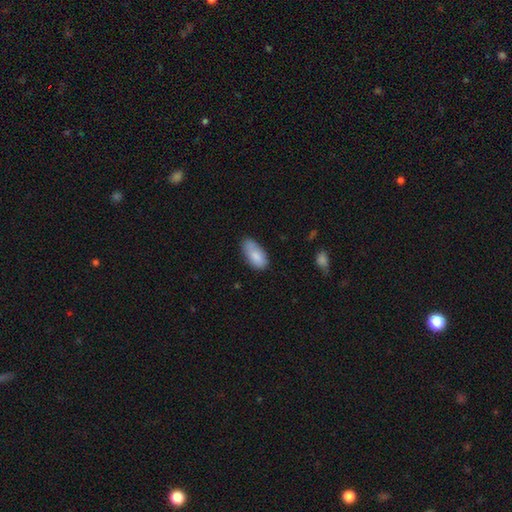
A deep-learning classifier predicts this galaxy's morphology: smooth-or-featured: smooth: 84% | featured or disk: 10% | star or artifact: 7%
  how-rounded: in between: 92% | cigar-shaped: 5% | round: 3%
  merging: none: 57% | minor disturbance: 32% | major disturbance: 7% | merger: 4%